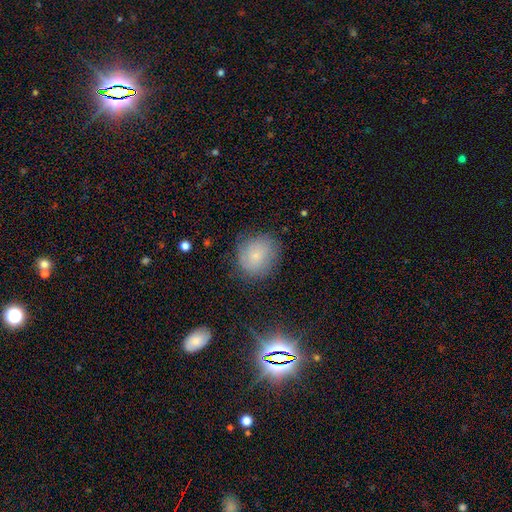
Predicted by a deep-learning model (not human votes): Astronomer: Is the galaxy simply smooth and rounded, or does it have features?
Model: smooth — 71%.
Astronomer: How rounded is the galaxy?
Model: round — 78%.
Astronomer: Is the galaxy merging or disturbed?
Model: none — 77%.